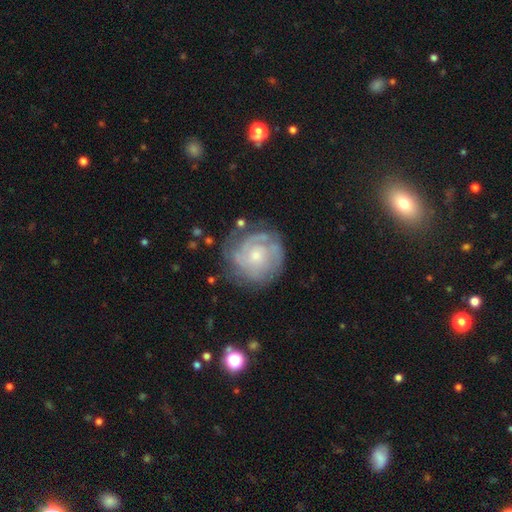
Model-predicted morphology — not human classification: featured or disk 78%, smooth 16%, star or artifact 6%. Down the decision tree: edge-on disk — no (98%); bar — no (77%); spiral arms — yes (90%); spiral arm count — can't tell (39%); spiral winding — tight (68%); bulge size — small (63%); merging — none (70%).